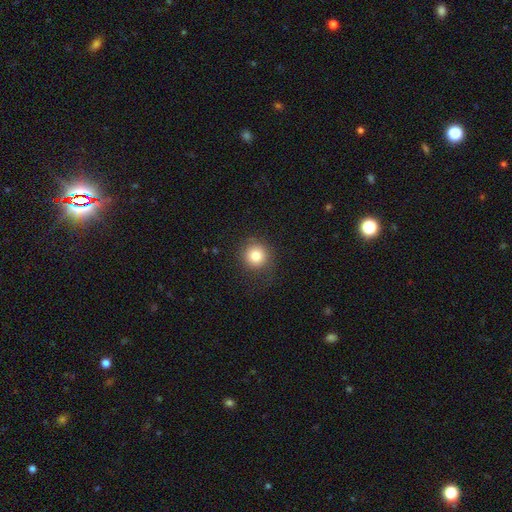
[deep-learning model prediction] This appears to be a smooth galaxy with no disk features (81%) that is round (92%). Merging: none (84%).